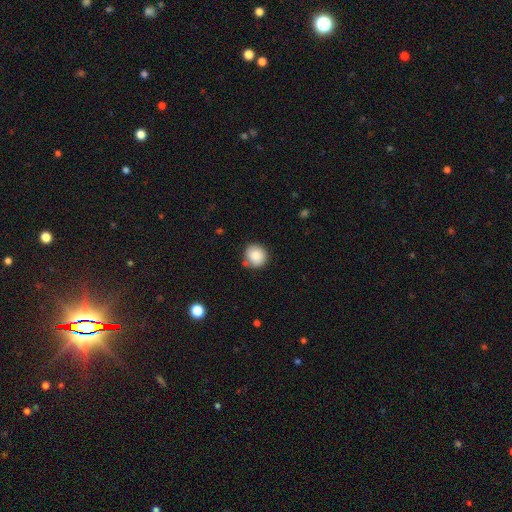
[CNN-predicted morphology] A smooth galaxy with no disk features (84%) that is round (89%). Merging: none (76%).